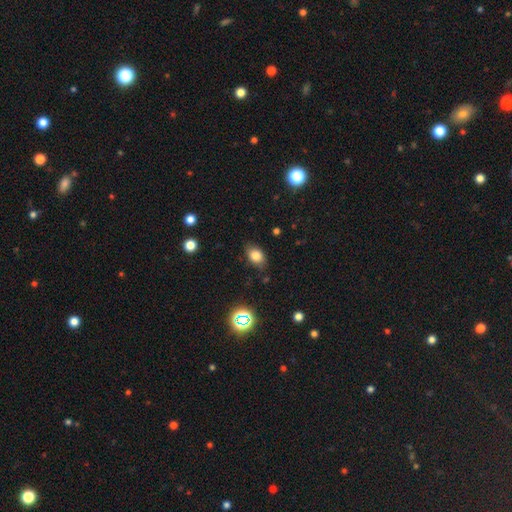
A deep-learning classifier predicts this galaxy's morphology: smooth 79%, star or artifact 12%, featured or disk 8%. Down the decision tree: how rounded — in between (78%); merging — none (79%).